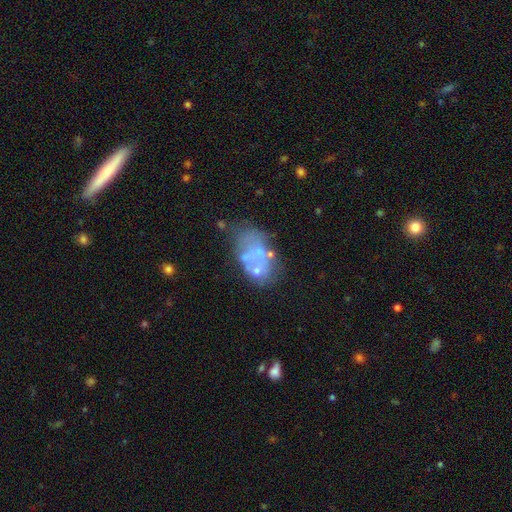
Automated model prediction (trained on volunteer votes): Smooth or featured: featured or disk — 55% (smooth — 32%)
Edge-on disk: no — 98% (yes — 2%)
Bar: no — 92% (weak — 6%)
Spiral arms: no — 94% (yes — 6%)
Bulge size: none — 58% (small — 25%)
Merging: none — 38% (merger — 22%)